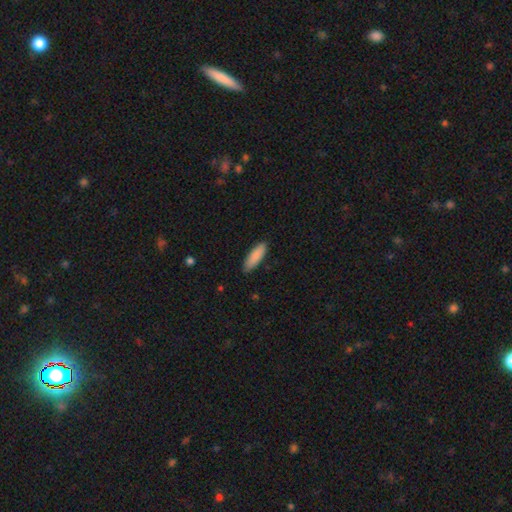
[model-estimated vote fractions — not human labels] This appears to be a smooth galaxy with no disk features (88%) that is in between round and cigar-shaped (53%). Merging: none (87%).